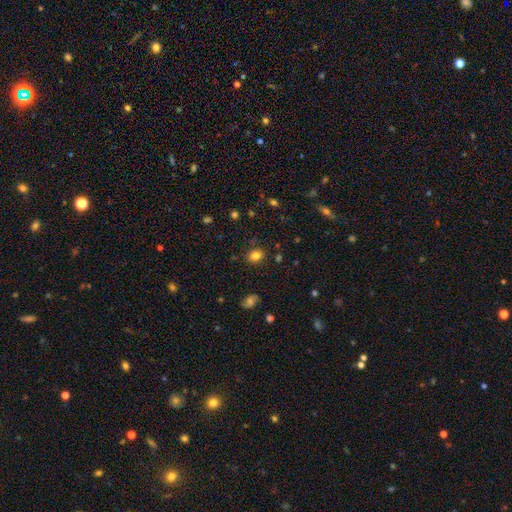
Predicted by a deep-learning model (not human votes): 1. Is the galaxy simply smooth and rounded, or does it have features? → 81% smooth, 12% star or artifact, 7% featured or disk.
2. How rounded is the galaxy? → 60% in between, 39% round, 1% cigar-shaped.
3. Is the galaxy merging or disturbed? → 83% none, 12% minor disturbance, 3% major disturbance, 2% merger.